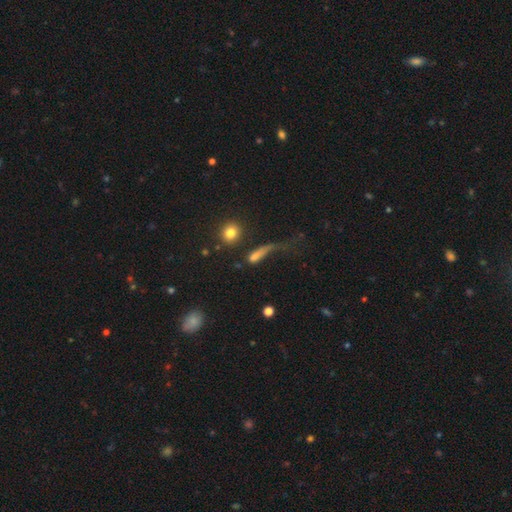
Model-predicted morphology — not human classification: This appears to be a smooth galaxy with no disk features (59%) that is in between round and cigar-shaped (40%, tied with cigar-shaped). Merging: major disturbance (49%).